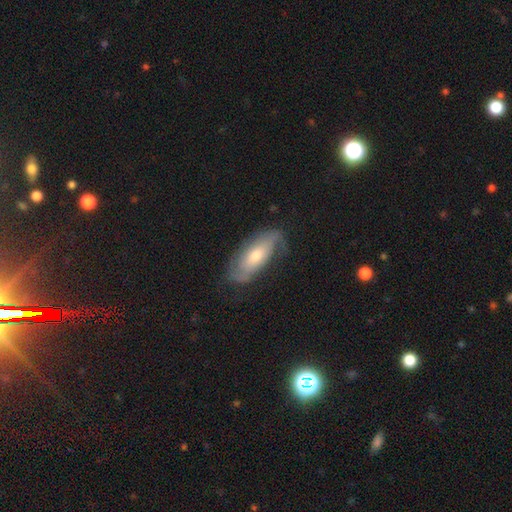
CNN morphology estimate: A featured or disk galaxy (61%) with no bar (62%), spiral arms (84%) and a moderate central bulge (57%). Merging: none (66%).